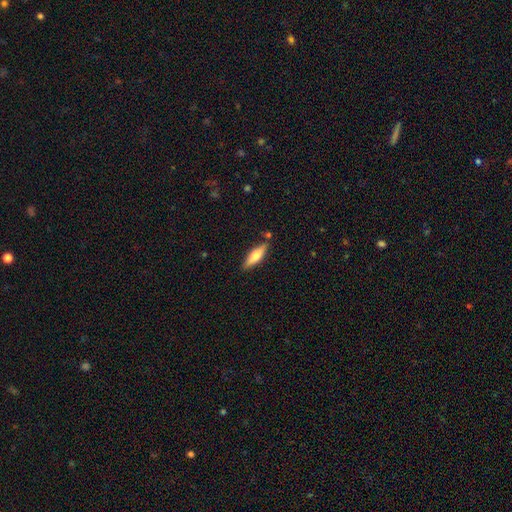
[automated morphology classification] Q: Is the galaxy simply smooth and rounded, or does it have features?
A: smooth — 60%.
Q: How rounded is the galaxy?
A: cigar-shaped — 56%.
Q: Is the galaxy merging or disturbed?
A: none — 82%.